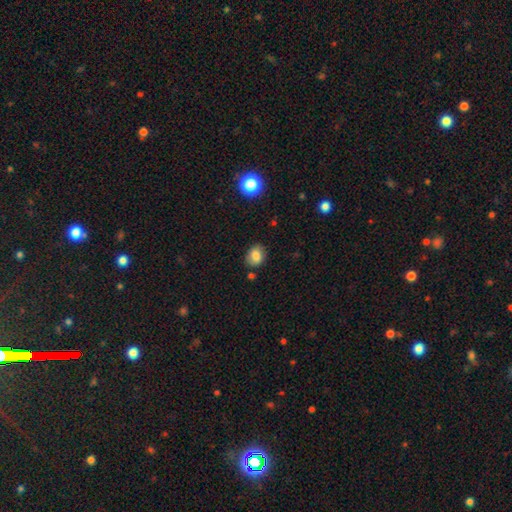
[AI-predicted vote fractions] Q: Smooth or featured?
A: smooth (80%); runner-up: star or artifact (10%)
Q: How rounded?
A: in between (53%); runner-up: round (46%)
Q: Merging?
A: none (77%); runner-up: minor disturbance (16%)